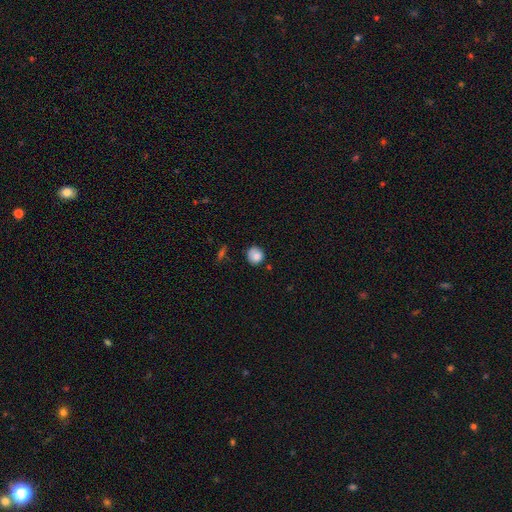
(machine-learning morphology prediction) smooth_or_featured: smooth (p=0.85) [alt: star or artifact p=0.09]
how_rounded: round (p=0.87) [alt: in between p=0.12]
merging: none (p=0.75) [alt: minor disturbance p=0.19]